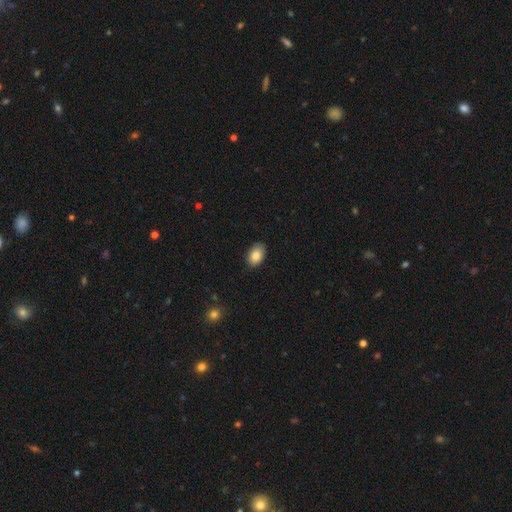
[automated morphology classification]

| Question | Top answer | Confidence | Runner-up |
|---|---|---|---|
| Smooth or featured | smooth | 85% | featured or disk (7%) |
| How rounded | in between | 89% | round (10%) |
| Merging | none | 86% | minor disturbance (11%) |